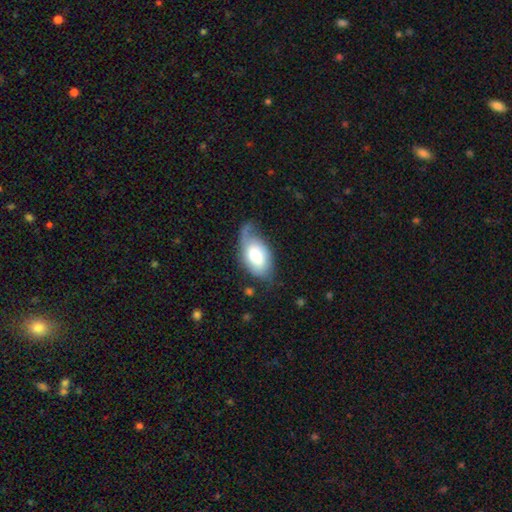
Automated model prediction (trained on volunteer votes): smooth_or_featured: smooth (p=0.64) [alt: featured or disk p=0.30]
how_rounded: in between (p=0.93) [alt: round p=0.04]
merging: minor disturbance (p=0.39) [alt: none p=0.36]